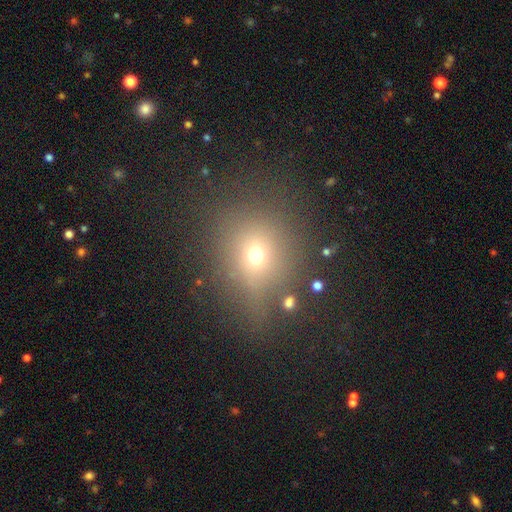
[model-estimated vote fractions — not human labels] smooth-or-featured: smooth: 61% | star or artifact: 23% | featured or disk: 16%
  how-rounded: round: 73% | in between: 25% | cigar-shaped: 2%
  merging: none: 72% | minor disturbance: 15% | major disturbance: 9% | merger: 4%